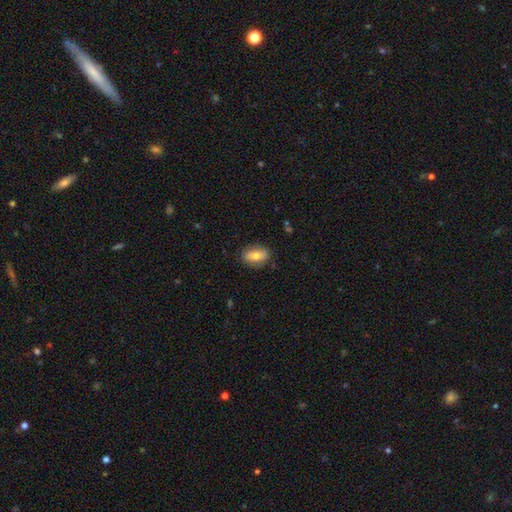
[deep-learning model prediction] Morphology: type=smooth (67%); roundness=in between (84%); merging=none (83%).